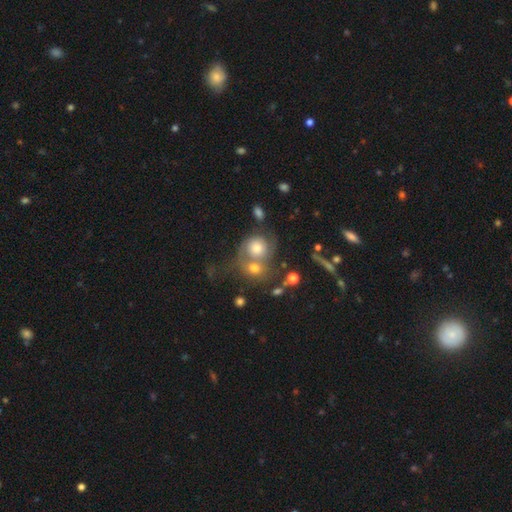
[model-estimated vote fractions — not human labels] Morphology: type=smooth (53%); roundness=round (82%); merging=none (41%).